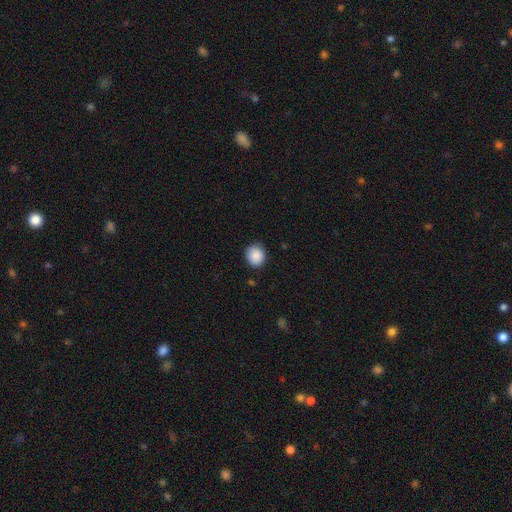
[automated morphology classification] Smooth or featured: smooth — 89% (star or artifact — 8%)
How rounded: round — 89% (in between — 11%)
Merging: none — 87% (minor disturbance — 9%)